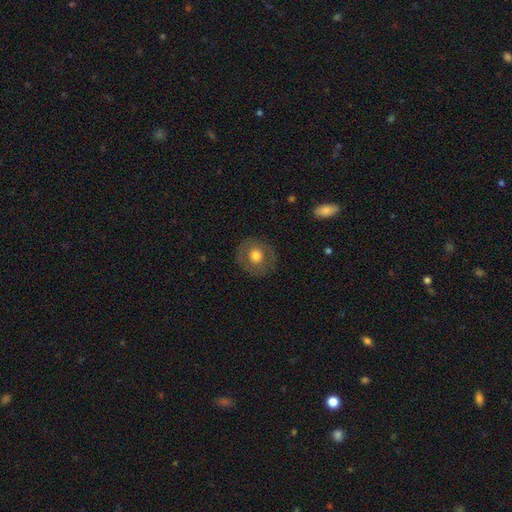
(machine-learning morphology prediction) A smooth galaxy with no disk features (60%) that is round (85%). Merging: none (84%).